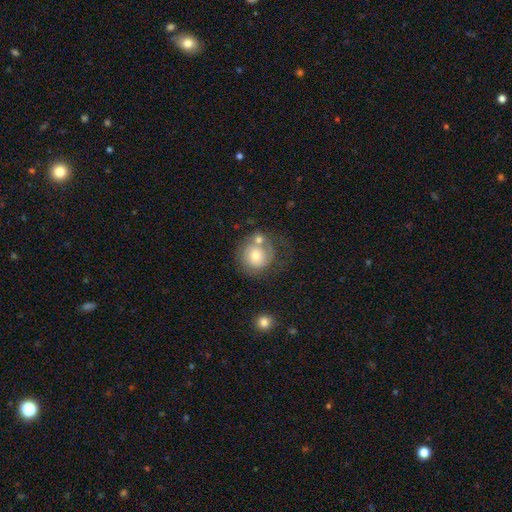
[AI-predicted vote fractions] Smooth or featured?
  - featured or disk: 50% *
  - smooth: 42%
  - star or artifact: 7%
Edge-on disk?
  - no: 97% *
  - yes: 3%
Merging?
  - none: 46% *
  - minor disturbance: 18%
  - merger: 18%
  - major disturbance: 17%